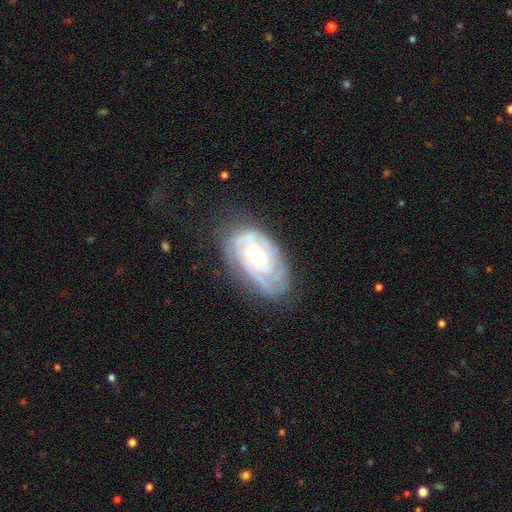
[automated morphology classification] Smooth or featured? Predicted: featured or disk (p=0.82). Edge-on disk? Predicted: no (p=0.95). Bar? Predicted: no (p=0.74). Spiral arms? Predicted: yes (p=0.92). Spiral winding? Predicted: tight (p=0.72). Spiral arm count? Predicted: can't tell (p=0.41). Bulge size? Predicted: moderate (p=0.60). Merging? Predicted: none (p=0.66).